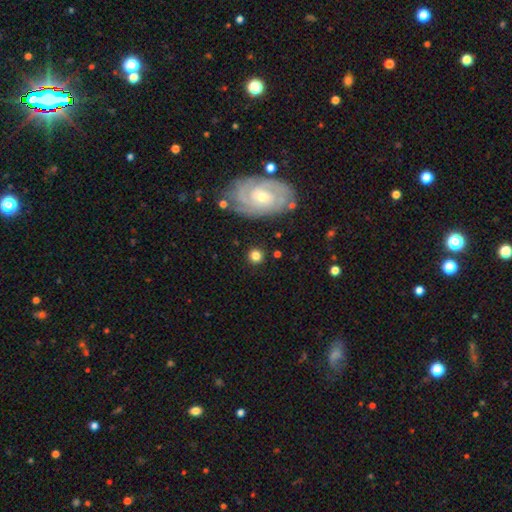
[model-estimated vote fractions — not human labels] Smooth or featured? smooth (71%)
How rounded? round (87%)
Merging? none (85%)